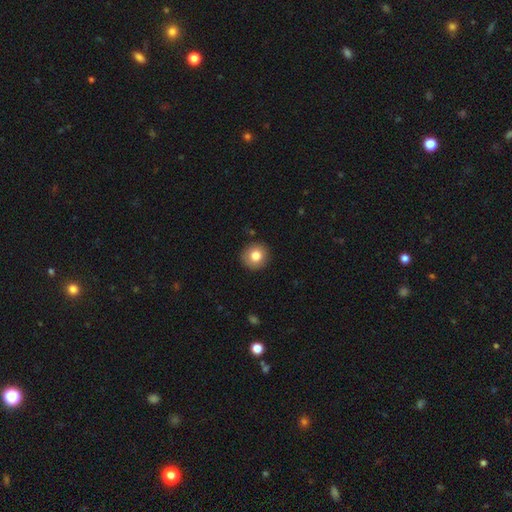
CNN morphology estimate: This is clearly a smooth galaxy (81%). How rounded: clearly round (92%). Merging: clearly none (90%).